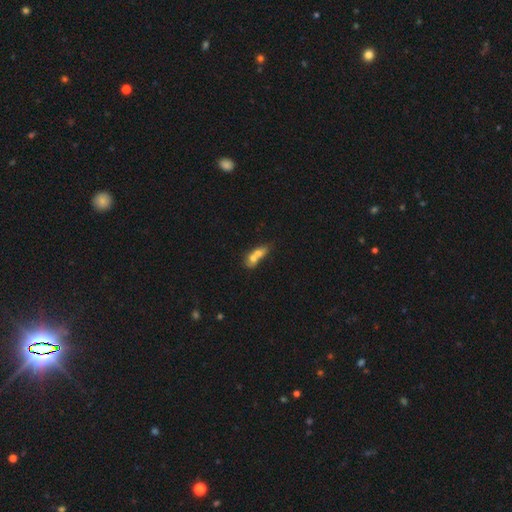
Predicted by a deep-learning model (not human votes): Morphology: type=smooth (63%); roundness=in between (53%); merging=merger (72%).